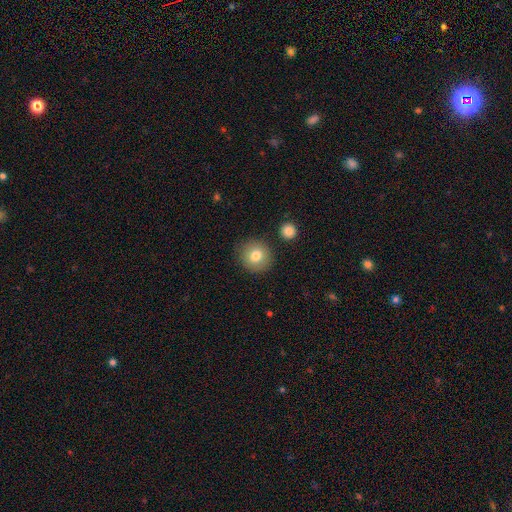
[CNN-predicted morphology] Q: Smooth or featured?
A: smooth (79%); runner-up: featured or disk (12%)
Q: How rounded?
A: round (91%); runner-up: in between (8%)
Q: Merging?
A: none (86%); runner-up: minor disturbance (8%)